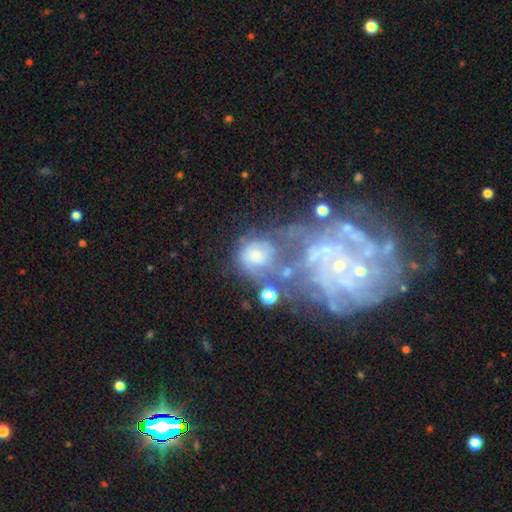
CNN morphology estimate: This appears to be a featured or disk galaxy (43%). Merging: merger (40%).